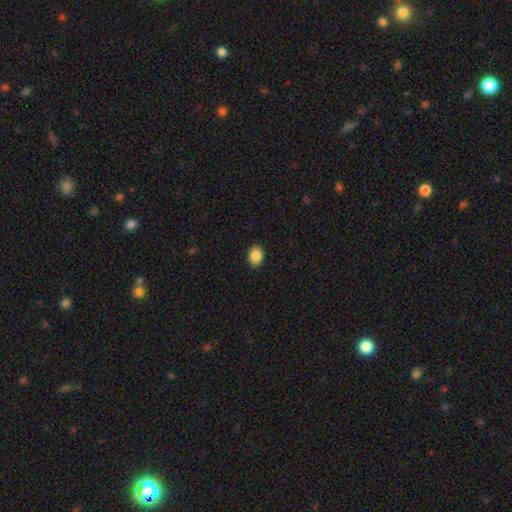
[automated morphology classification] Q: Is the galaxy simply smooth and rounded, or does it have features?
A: smooth — 87%.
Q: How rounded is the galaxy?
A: in between — 67%.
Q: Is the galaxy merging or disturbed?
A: none — 90%.